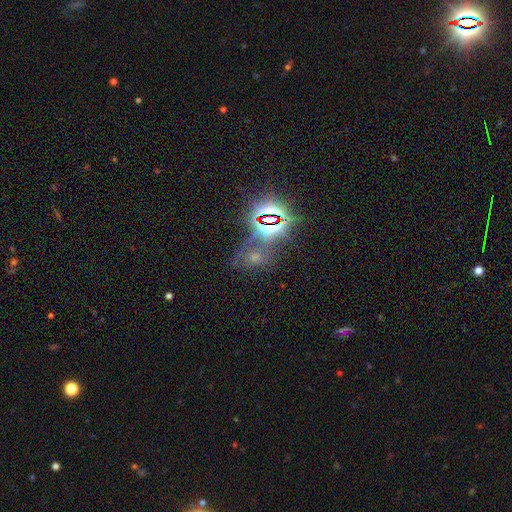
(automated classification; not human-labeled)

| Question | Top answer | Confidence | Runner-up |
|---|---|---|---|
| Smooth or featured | star or artifact | 61% | smooth (27%) |